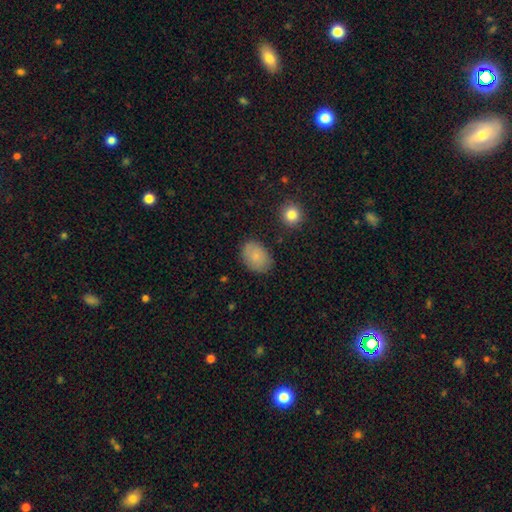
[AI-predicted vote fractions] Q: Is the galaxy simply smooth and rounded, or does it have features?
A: smooth — 82%.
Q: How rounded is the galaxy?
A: in between — 79%.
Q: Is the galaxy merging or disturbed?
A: none — 82%.